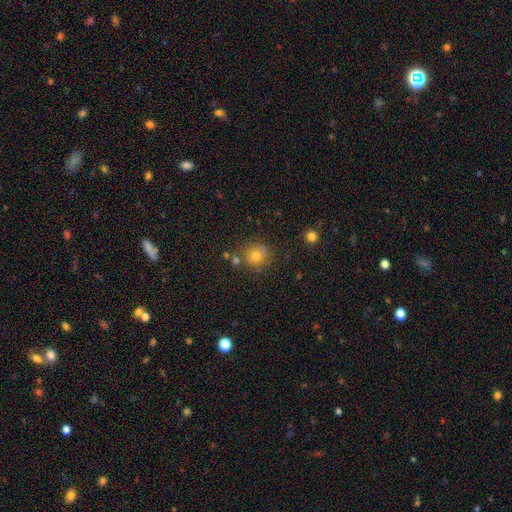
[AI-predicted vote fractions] Morphology: type=smooth (70%); roundness=round (87%); merging=none (72%).